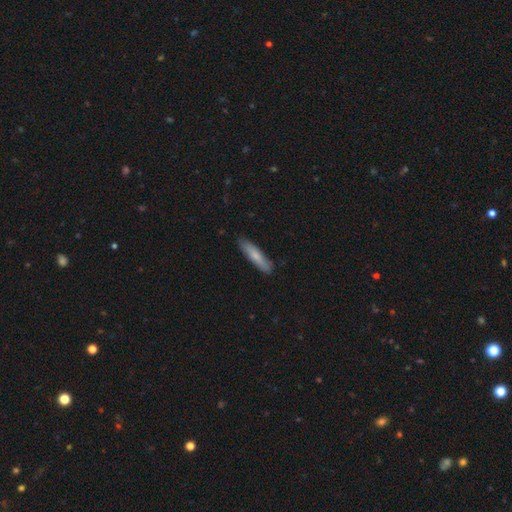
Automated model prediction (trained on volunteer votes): This is likely a smooth galaxy (73%). How rounded: clearly cigar-shaped (82%). Merging: clearly none (86%).